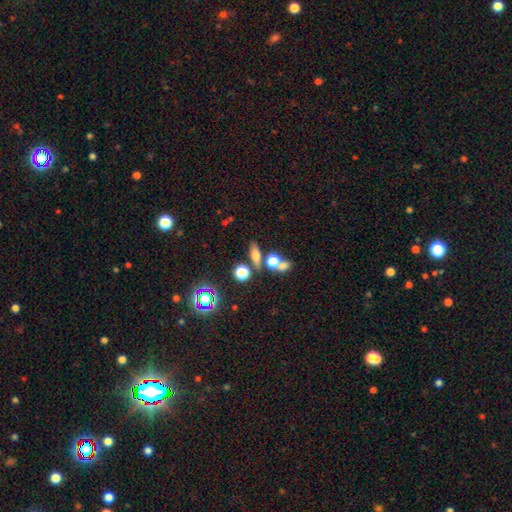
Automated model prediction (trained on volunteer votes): A smooth galaxy with no disk features (59%) that is in between round and cigar-shaped (48%). Merging: none (65%).